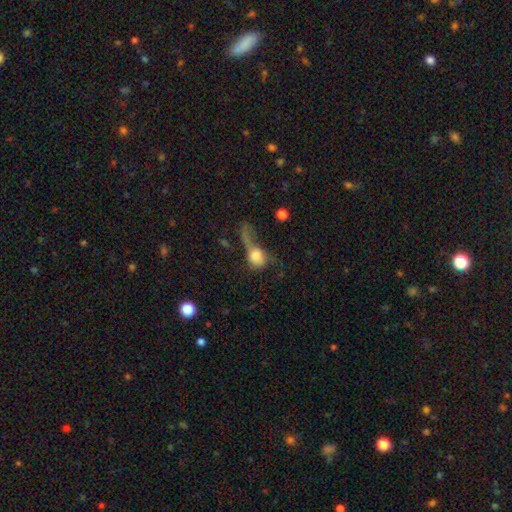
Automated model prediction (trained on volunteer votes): Overall: smooth (67%). How rounded: round (56%; in between 39%). Merging: major disturbance (49%; merger 19%).